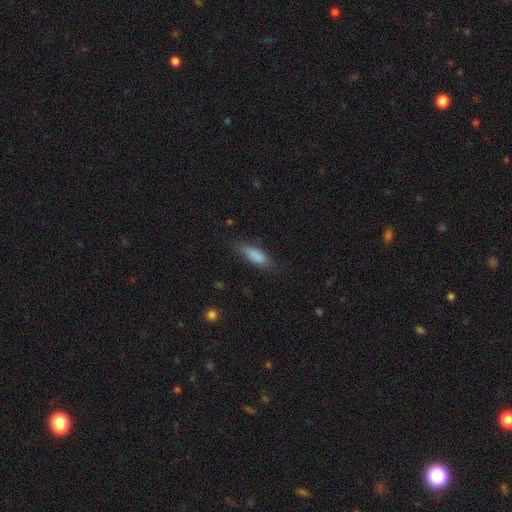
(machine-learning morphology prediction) A smooth galaxy with no disk features (83%) that is in between round and cigar-shaped (62%).

Vote fractions:
- Smooth or featured? smooth: 83% / featured or disk: 10% / star or artifact: 7%
- How rounded? in between: 62% / cigar-shaped: 36% / round: 2%
- Merging? none: 72% / minor disturbance: 21% / major disturbance: 6% / merger: 1%